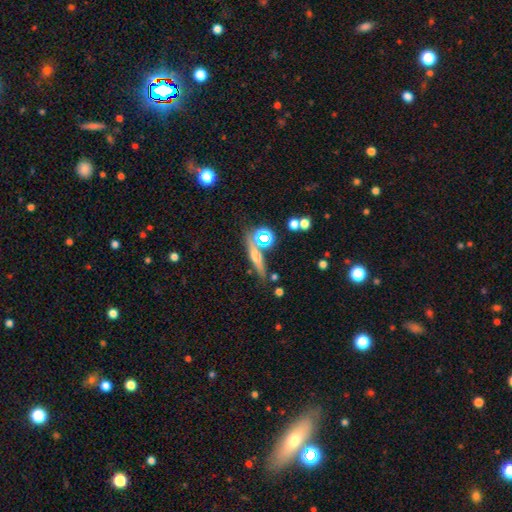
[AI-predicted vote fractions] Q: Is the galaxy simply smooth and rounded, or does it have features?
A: featured or disk — 46%.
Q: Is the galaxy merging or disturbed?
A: none — 73%.